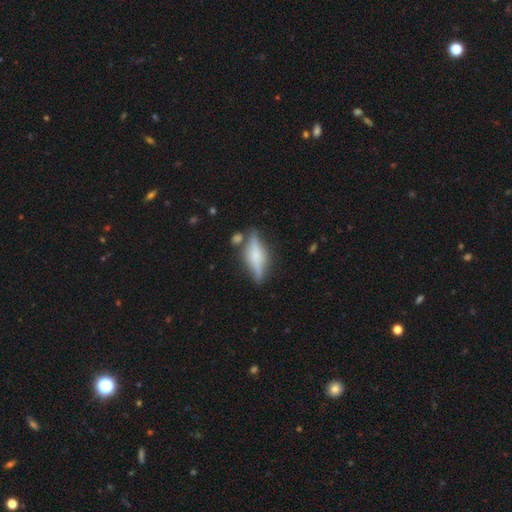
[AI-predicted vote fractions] The model was most divided on "smooth or featured": featured or disk: 61%, smooth: 32%, star or artifact: 7%. More confident: edge-on disk — yes (93%); merging — none (74%); edge-on bulge — rounded (73%).